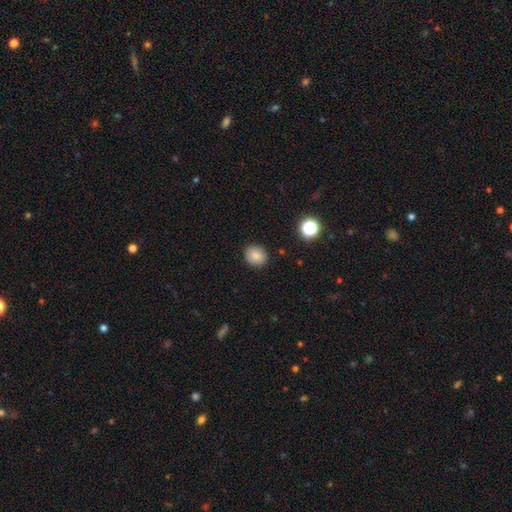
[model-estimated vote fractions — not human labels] Overall: smooth (82%). How rounded: round (76%). Merging: none (88%).